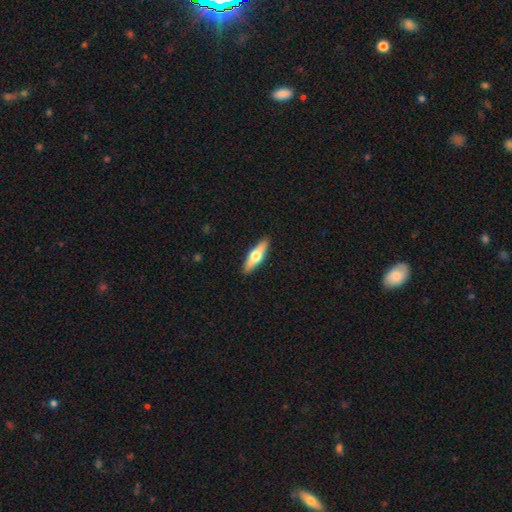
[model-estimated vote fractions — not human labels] featured or disk 53%, smooth 42%, star or artifact 5%. Down the decision tree: edge-on disk — yes (94%); merging — none (91%).